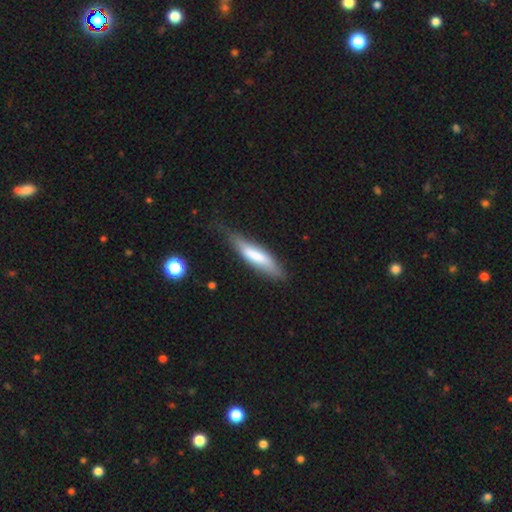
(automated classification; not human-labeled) smooth 68%, featured or disk 27%, star or artifact 6%. Down the decision tree: how rounded — cigar-shaped (71%); merging — none (59%).